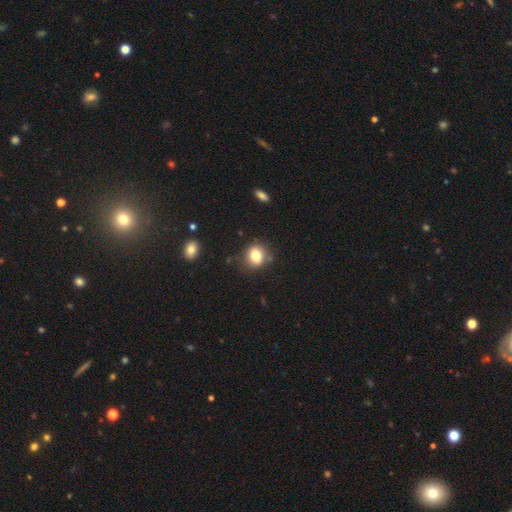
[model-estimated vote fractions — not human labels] A smooth galaxy with no disk features (80%) that is round (66%).

Vote fractions:
- Smooth or featured? smooth: 80% / star or artifact: 11% / featured or disk: 10%
- How rounded? round: 66% / in between: 33% / cigar-shaped: 1%
- Merging? none: 79% / minor disturbance: 14% / major disturbance: 4% / merger: 3%